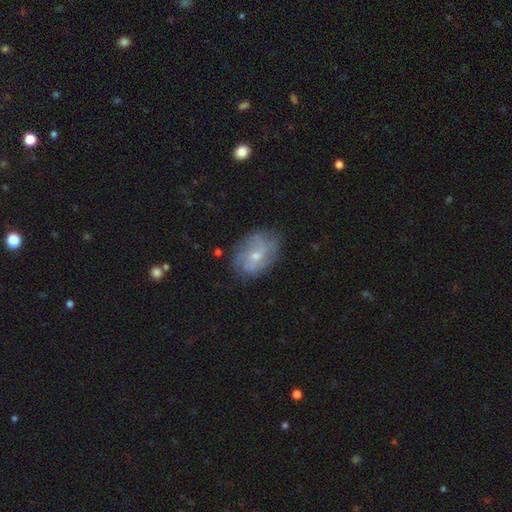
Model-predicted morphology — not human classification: Q: Smooth or featured?
A: featured or disk (65%); runner-up: smooth (28%)
Q: Edge-on disk?
A: no (96%); runner-up: yes (4%)
Q: Bar?
A: no (59%); runner-up: weak (35%)
Q: Spiral arms?
A: yes (79%); runner-up: no (21%)
Q: Bulge size?
A: small (49%); runner-up: moderate (47%)
Q: Merging?
A: none (69%); runner-up: minor disturbance (21%)